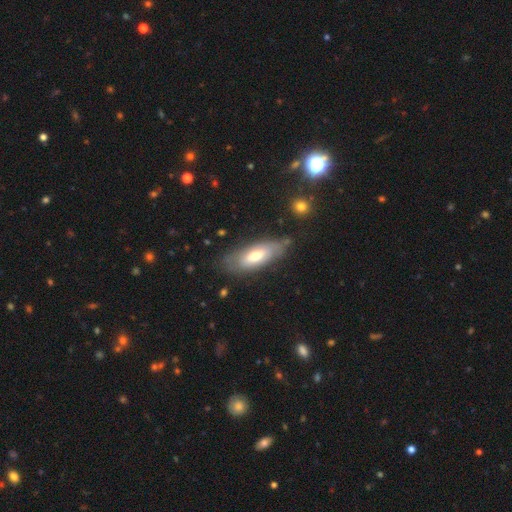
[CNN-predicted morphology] Smooth or featured? Predicted: smooth (p=0.57). How rounded? Predicted: in between (p=0.75). Merging? Predicted: none (p=0.70).